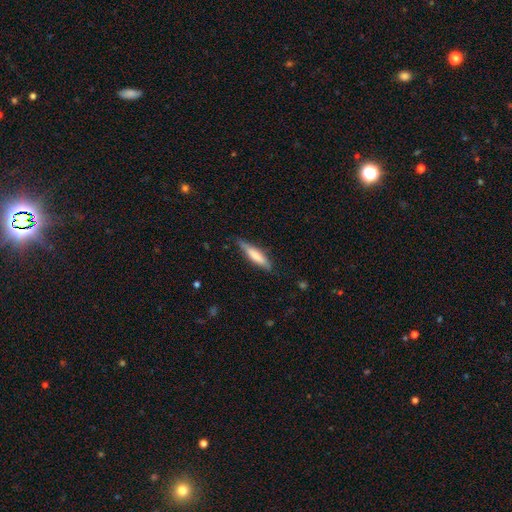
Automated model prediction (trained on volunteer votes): A smooth galaxy with no disk features (67%) that is cigar-shaped (80%).

Vote fractions:
- Smooth or featured? smooth: 67% / featured or disk: 28% / star or artifact: 6%
- How rounded? cigar-shaped: 80% / in between: 19% / round: 1%
- Merging? none: 78% / minor disturbance: 18% / major disturbance: 3% / merger: 1%